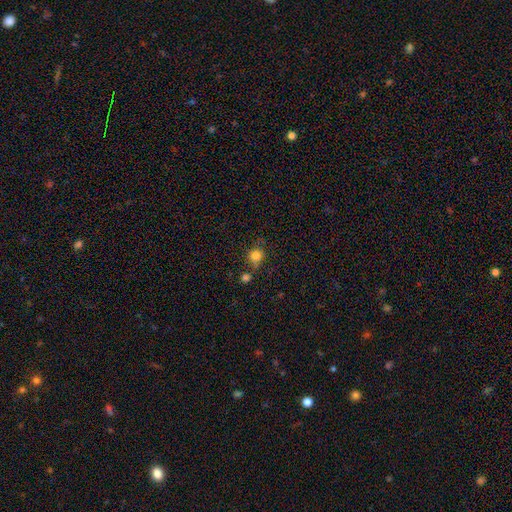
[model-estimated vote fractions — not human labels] This is clearly a smooth galaxy (80%). How rounded: clearly round (87%). Merging: likely none (62%).